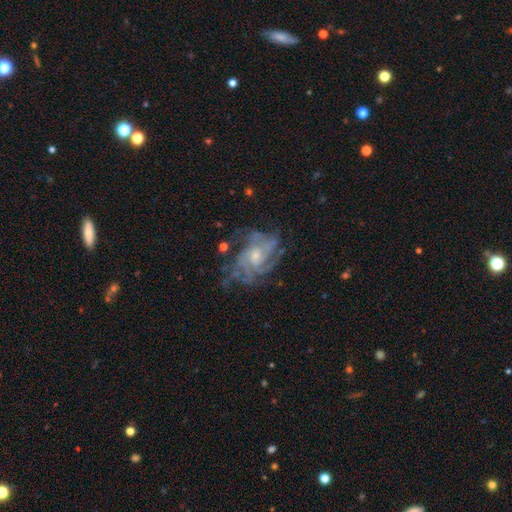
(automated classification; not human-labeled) A featured or disk galaxy (84%) with no bar (66%), tight (51%) spiral arms (92%) and a small central bulge (51%). Merging: none (61%).